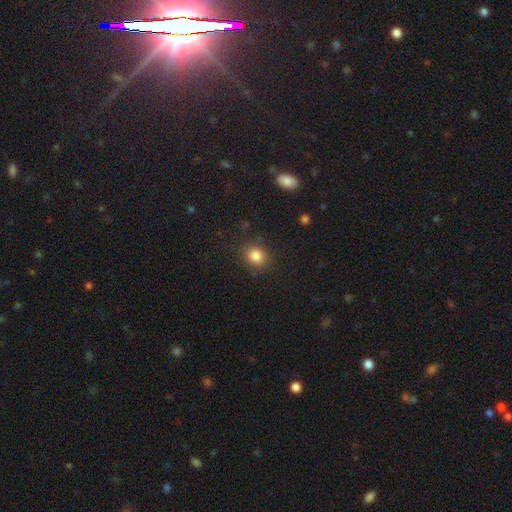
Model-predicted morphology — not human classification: The model was most divided on "how rounded": round: 64%, in between: 35%, cigar-shaped: 1%. More confident: merging — none (84%); smooth or featured — smooth (83%).